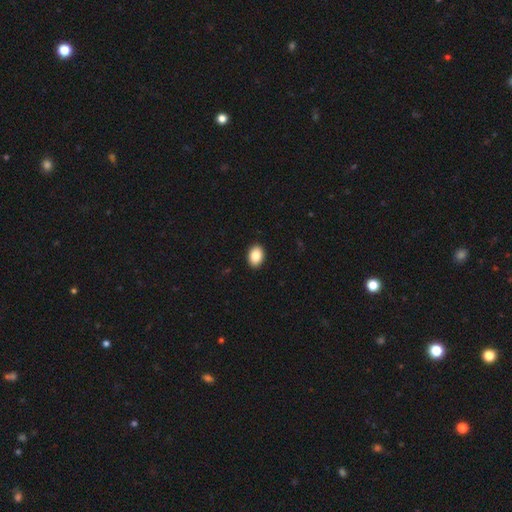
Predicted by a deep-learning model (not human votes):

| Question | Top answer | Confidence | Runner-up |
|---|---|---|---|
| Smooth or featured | smooth | 87% | star or artifact (8%) |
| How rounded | in between | 80% | round (19%) |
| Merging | none | 92% | minor disturbance (6%) |